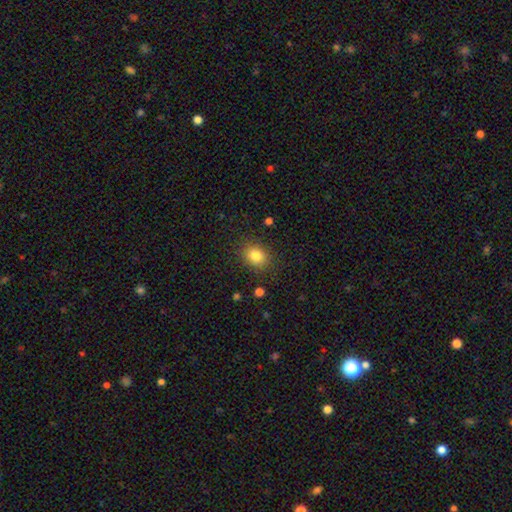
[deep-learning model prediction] This appears to be a smooth galaxy with no disk features (82%) that is round (54%). Merging: none (86%).